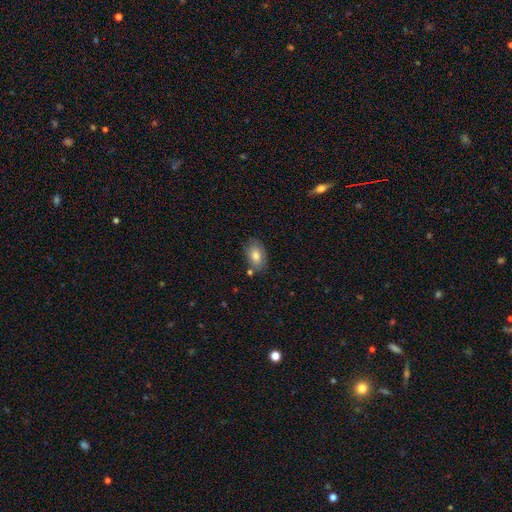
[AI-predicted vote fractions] The model was most divided on "merging": none: 72%, minor disturbance: 18%, merger: 6%, major disturbance: 4%. More confident: how rounded — in between (89%); smooth or featured — smooth (77%).